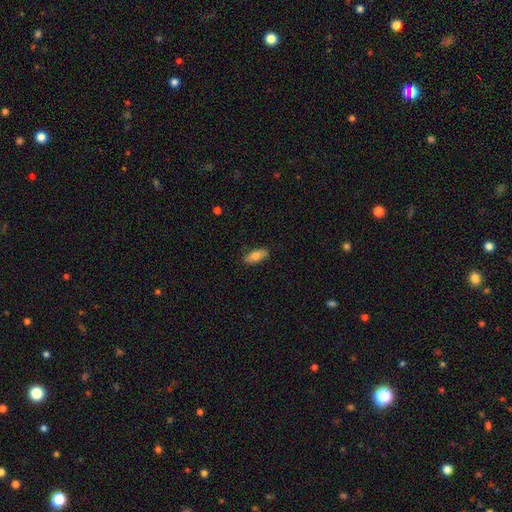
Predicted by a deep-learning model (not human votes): Morphology: type=smooth (75%); roundness=in between (75%); merging=none (84%).